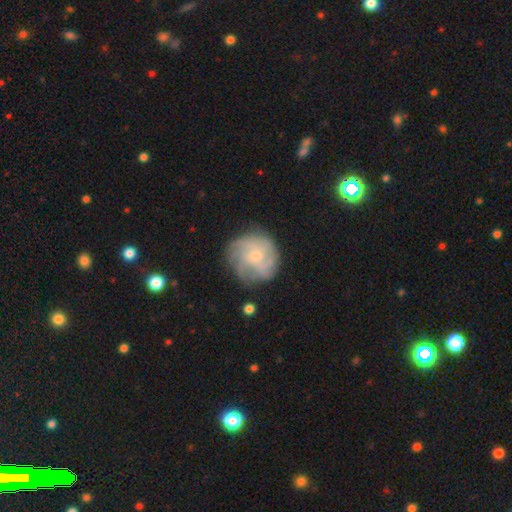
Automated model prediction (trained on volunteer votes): This is likely a featured or disk galaxy (72%). It is clearly not viewed edge-on (98%). Bar: likely no (72%). Spiral arm pattern: clearly yes (92%). Spiral arm count: marginally 4 (31%). Spiral winding: possibly tight (51%). Central bulge: likely small (62%). Merging: likely none (76%).